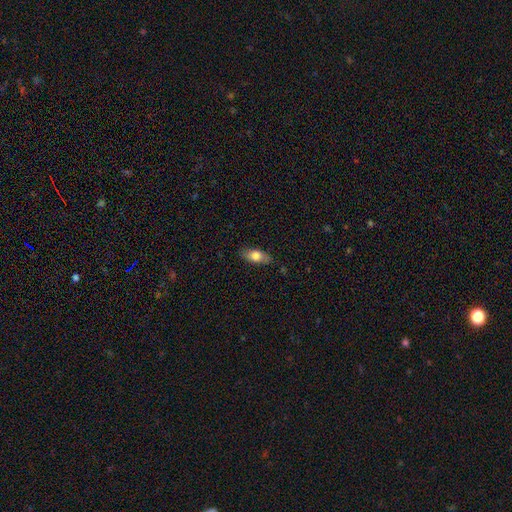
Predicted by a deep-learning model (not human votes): The model was most divided on "smooth or featured": smooth: 73%, featured or disk: 20%, star or artifact: 7%. More confident: how rounded — in between (82%); merging — none (81%).